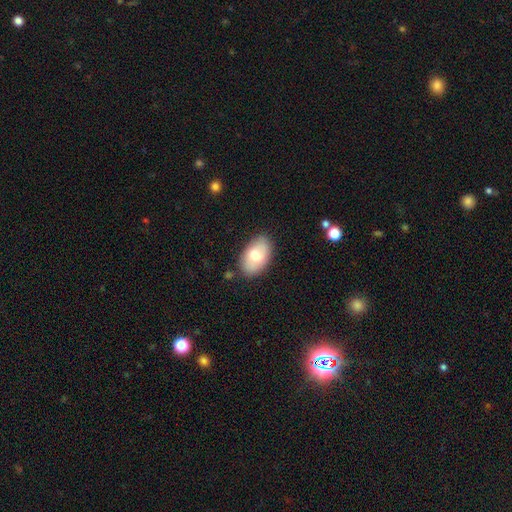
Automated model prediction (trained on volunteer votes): smooth 73%, featured or disk 21%, star or artifact 6%. Down the decision tree: how rounded — in between (92%); merging — none (82%).